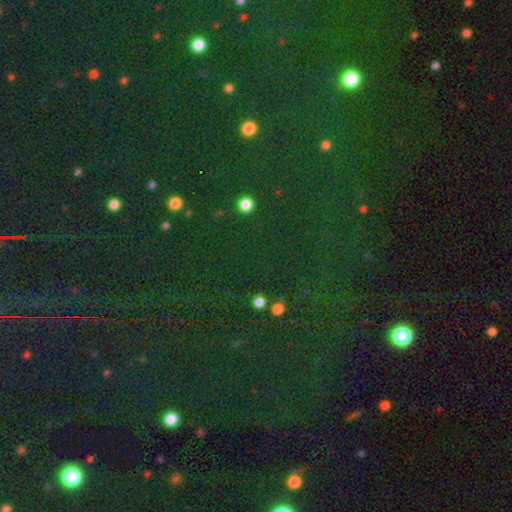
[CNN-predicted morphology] Smooth or featured?
  - star or artifact: 75% *
  - smooth: 16%
  - featured or disk: 8%